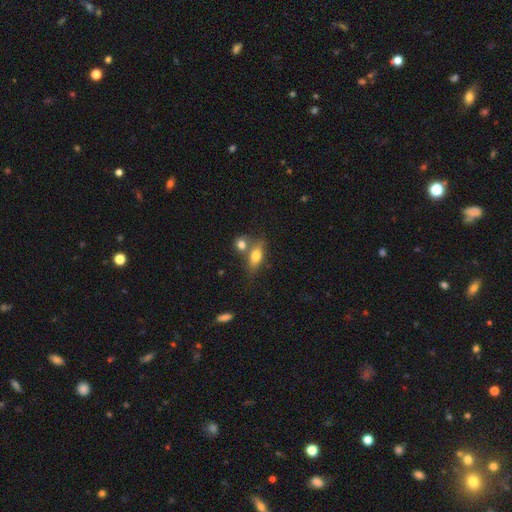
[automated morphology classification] Smooth or featured? smooth (72%)
How rounded? in between (75%)
Merging? none (47%)